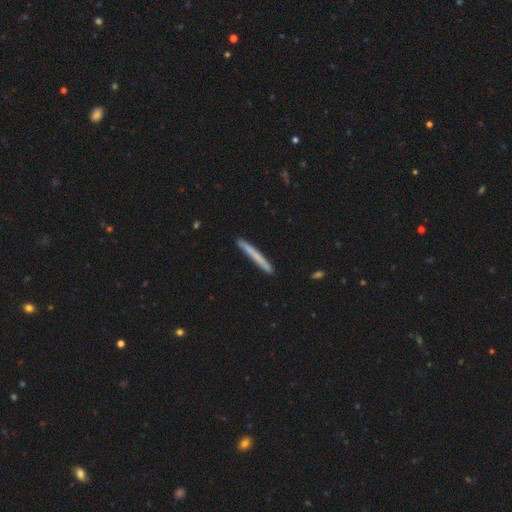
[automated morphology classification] A smooth galaxy with no disk features (65%) that is cigar-shaped (97%).

Vote fractions:
- Smooth or featured? smooth: 65% / featured or disk: 29% / star or artifact: 6%
- How rounded? cigar-shaped: 97% / in between: 2% / round: 1%
- Merging? none: 91% / minor disturbance: 7% / merger: 1% / major disturbance: 1%